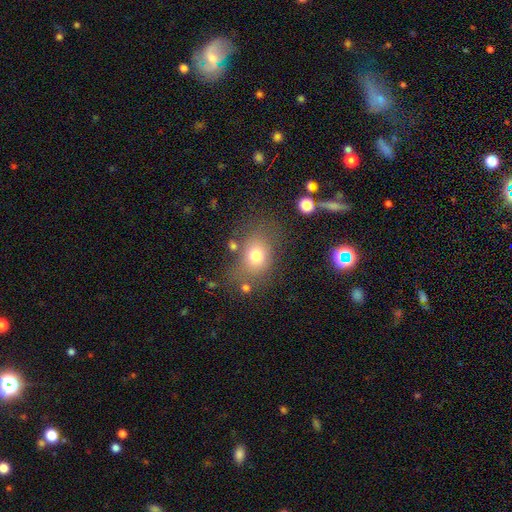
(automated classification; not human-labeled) smooth 74%, featured or disk 14%, star or artifact 12%. Down the decision tree: how rounded — in between (65%); merging — none (64%).